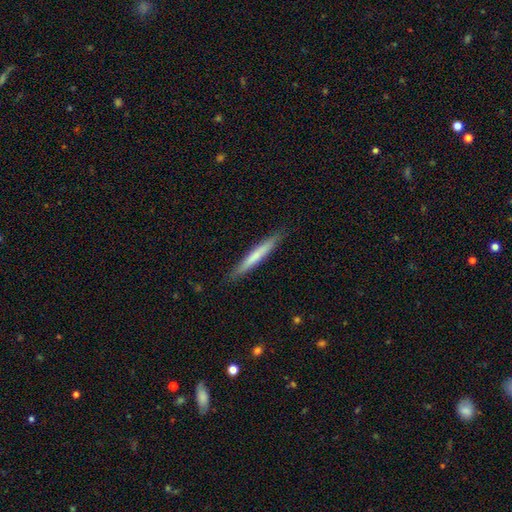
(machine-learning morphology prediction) This is likely a smooth galaxy (64%). How rounded: clearly cigar-shaped (96%). Merging: clearly none (89%).